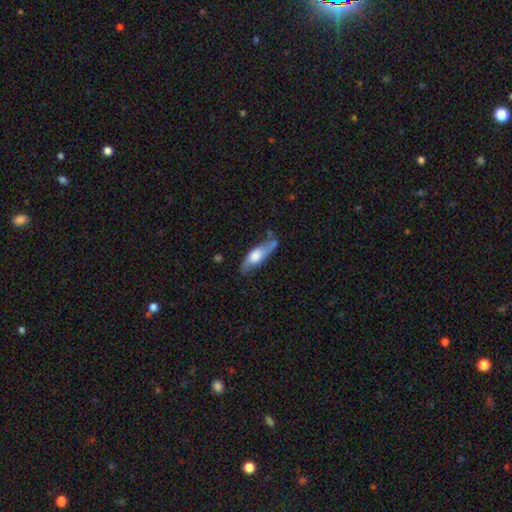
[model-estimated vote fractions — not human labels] Morphology: type=smooth (55%); roundness=cigar-shaped (53%); merging=none (55%).